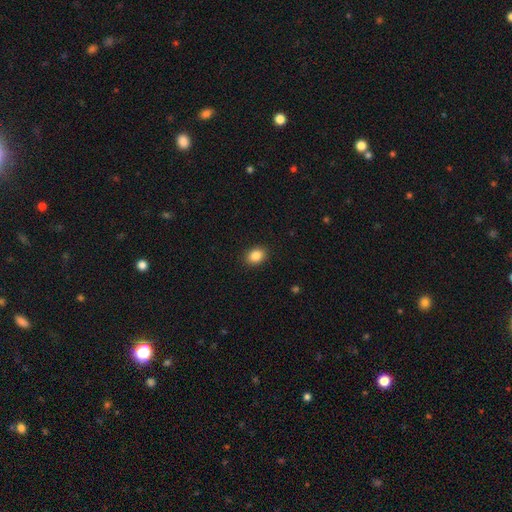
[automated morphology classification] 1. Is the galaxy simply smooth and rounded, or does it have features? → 86% smooth, 9% star or artifact, 5% featured or disk.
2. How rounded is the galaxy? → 63% in between, 36% round, 1% cigar-shaped.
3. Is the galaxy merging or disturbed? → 90% none, 7% minor disturbance, 2% major disturbance, 1% merger.